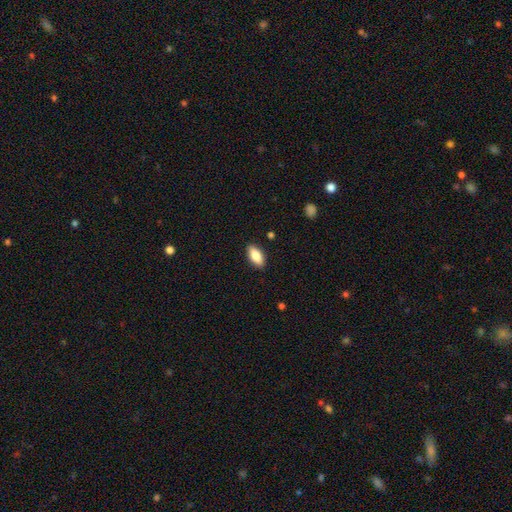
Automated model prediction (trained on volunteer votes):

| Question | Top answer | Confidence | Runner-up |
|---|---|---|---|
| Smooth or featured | smooth | 83% | featured or disk (11%) |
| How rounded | in between | 86% | cigar-shaped (11%) |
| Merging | none | 88% | minor disturbance (9%) |